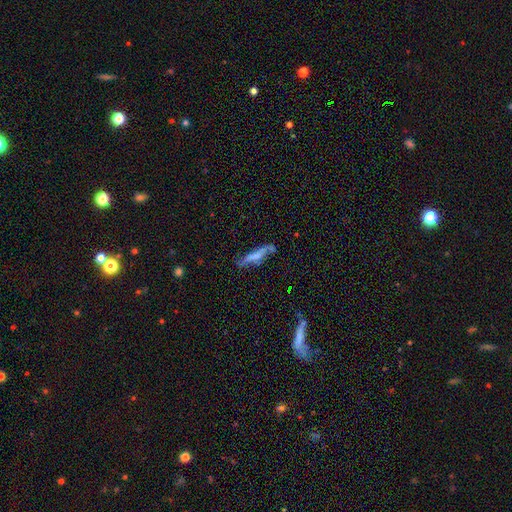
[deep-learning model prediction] Smooth or featured? smooth (46%)
Merging? none (55%)